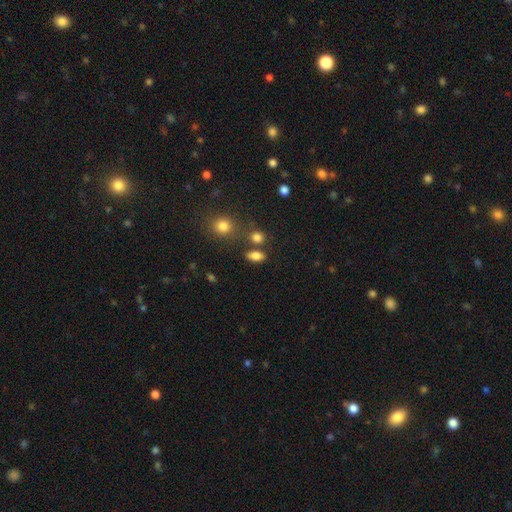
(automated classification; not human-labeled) Q: Smooth or featured?
A: smooth (82%); runner-up: star or artifact (11%)
Q: How rounded?
A: in between (82%); runner-up: round (13%)
Q: Merging?
A: none (72%); runner-up: merger (12%)